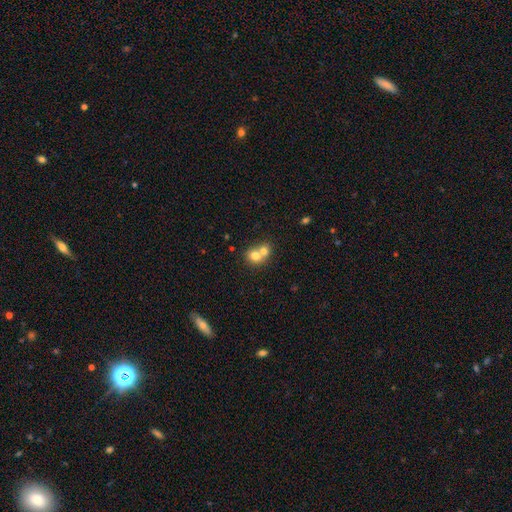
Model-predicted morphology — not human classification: Smooth or featured? Predicted: smooth (p=0.73). How rounded? Predicted: round (p=0.73). Merging? Predicted: merger (p=0.66).